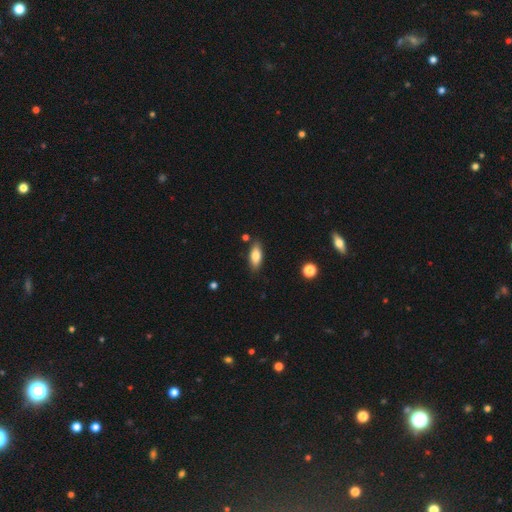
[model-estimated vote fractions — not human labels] Smooth or featured? Predicted: smooth (p=0.78). How rounded? Predicted: in between (p=0.78). Merging? Predicted: none (p=0.84).